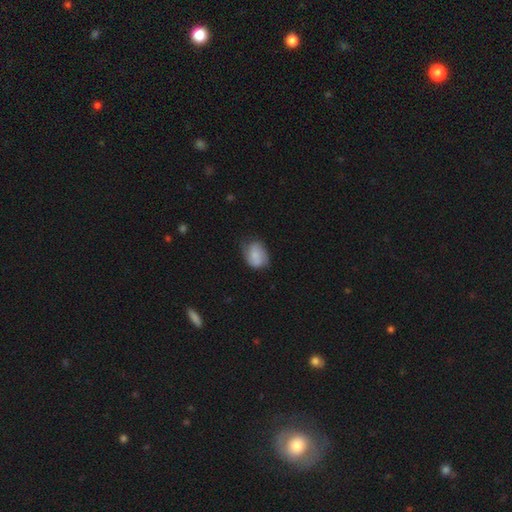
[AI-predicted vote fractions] A smooth galaxy with no disk features (70%) that is in between round and cigar-shaped (69%). Merging: none (57%).